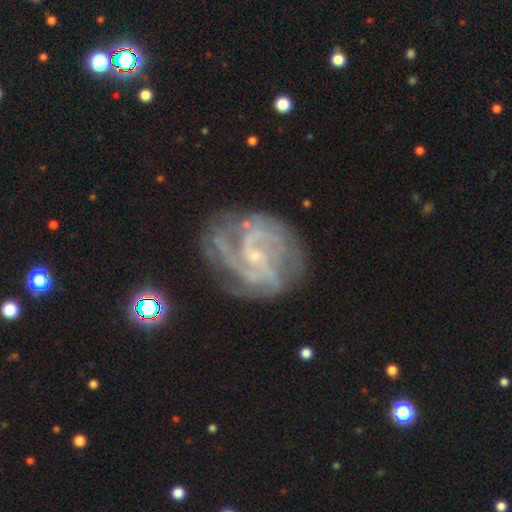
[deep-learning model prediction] A featured or disk galaxy (89%) with no bar (49%), 3 (28%) tight (45%, tied with medium) spiral arms (98%) and a small central bulge (81%).

Vote fractions:
- Smooth or featured? featured or disk: 89% / star or artifact: 6% / smooth: 4%
- Edge-on disk? no: 98% / yes: 2%
- Bar? no: 49% / weak: 40% / strong: 11%
- Spiral arms? yes: 98% / no: 2%
- Spiral winding? tight: 45% (tied) / medium: 45% (tied) / loose: 10%
- Spiral arm count? 3: 28% / 2: 21% / can't tell: 18% / 4: 17% / more than 4: 8% / 1: 8%
- Bulge size? small: 81% / moderate: 11% / none: 6% / large: 1% / dominant: 1%
- Merging? none: 72% / minor disturbance: 17% / major disturbance: 9% / merger: 2%